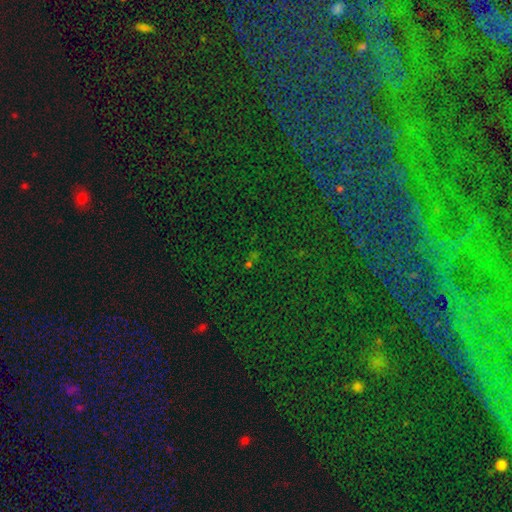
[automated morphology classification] A star or artifact, not a galaxy (78%).